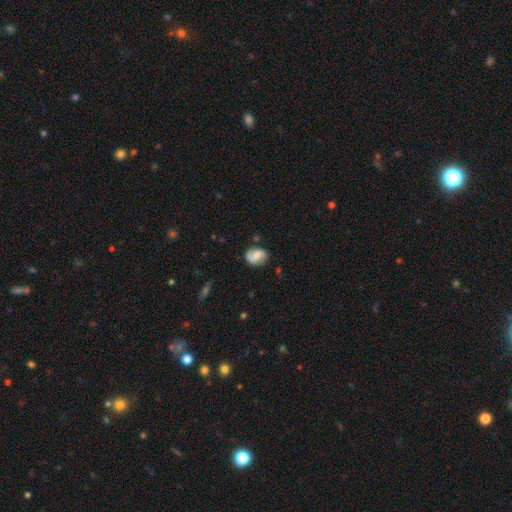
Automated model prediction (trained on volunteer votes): Smooth or featured: featured or disk — 53% (smooth — 40%)
Edge-on disk: no — 97% (yes — 3%)
Bar: no — 44% (weak — 43%)
Spiral arms: yes — 88% (no — 12%)
Bulge size: moderate — 47% (small — 33%)
Merging: none — 76% (minor disturbance — 18%)